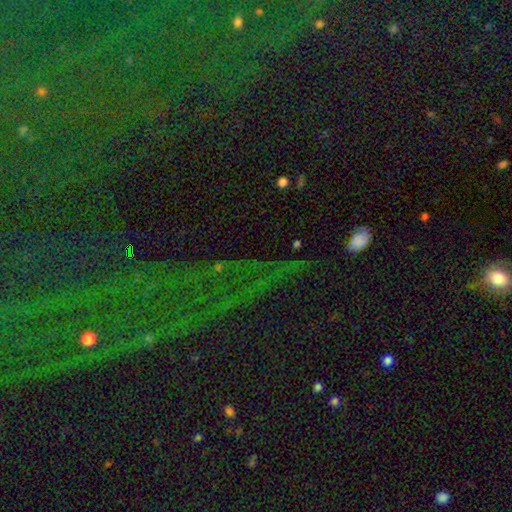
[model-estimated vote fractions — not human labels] Smooth or featured? Predicted: star or artifact (p=0.75).